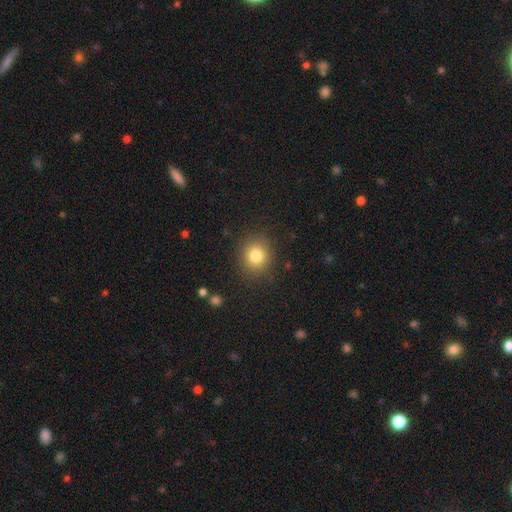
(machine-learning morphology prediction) Smooth or featured: smooth — 81% (star or artifact — 12%)
How rounded: round — 83% (in between — 16%)
Merging: none — 87% (minor disturbance — 8%)